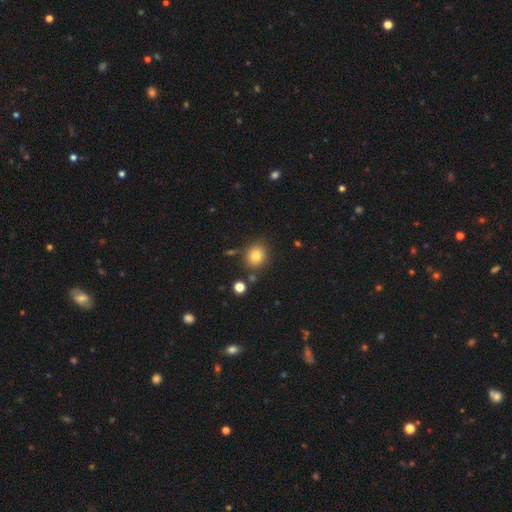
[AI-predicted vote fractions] Morphology: type=smooth (81%); roundness=round (76%); merging=none (81%).